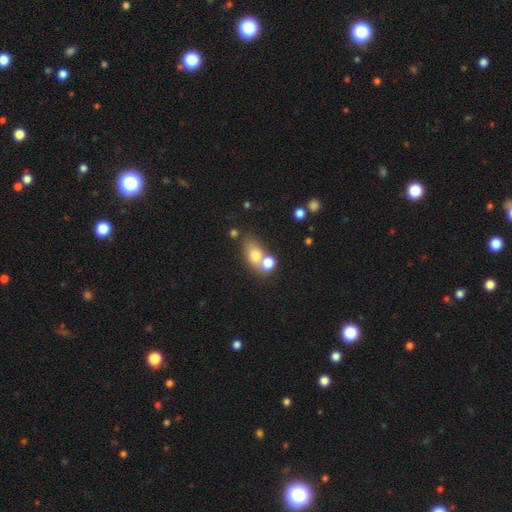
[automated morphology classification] Smooth or featured: smooth — 74% (featured or disk — 15%)
How rounded: in between — 70% (round — 27%)
Merging: merger — 48% (none — 36%)